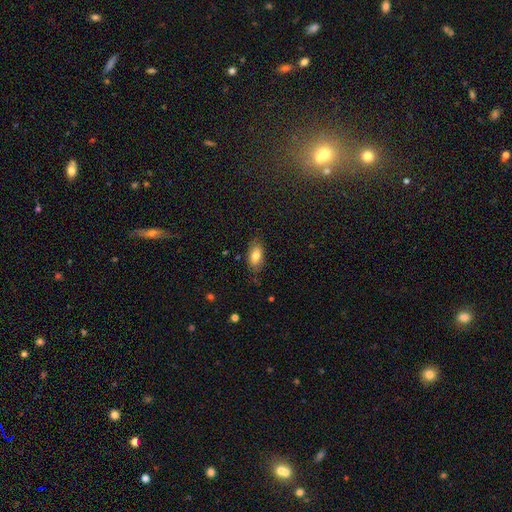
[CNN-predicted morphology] This appears to be a smooth galaxy with no disk features (77%) that is in between round and cigar-shaped (90%). Merging: none (80%).